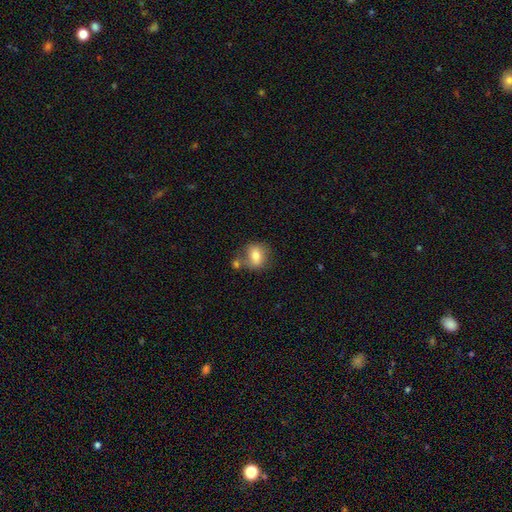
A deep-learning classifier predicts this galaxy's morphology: Smooth or featured: smooth — 75% (featured or disk — 16%)
How rounded: round — 51% (in between — 47%)
Merging: none — 58% (merger — 20%)